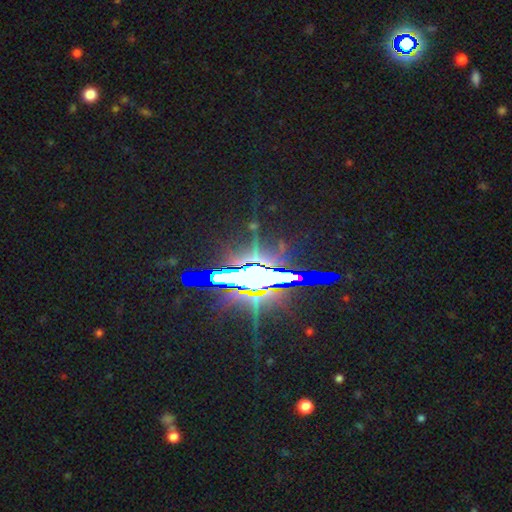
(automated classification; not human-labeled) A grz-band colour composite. It shows a star or artifact, not a galaxy (72%).